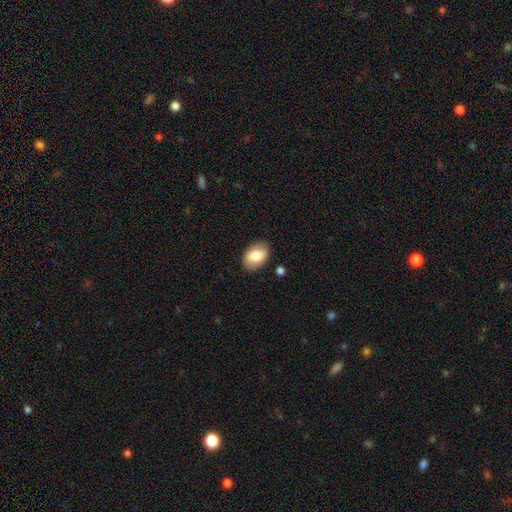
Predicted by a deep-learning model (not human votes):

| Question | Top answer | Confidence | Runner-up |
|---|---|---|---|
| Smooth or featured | smooth | 79% | featured or disk (14%) |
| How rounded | in between | 85% | round (13%) |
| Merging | none | 85% | minor disturbance (11%) |